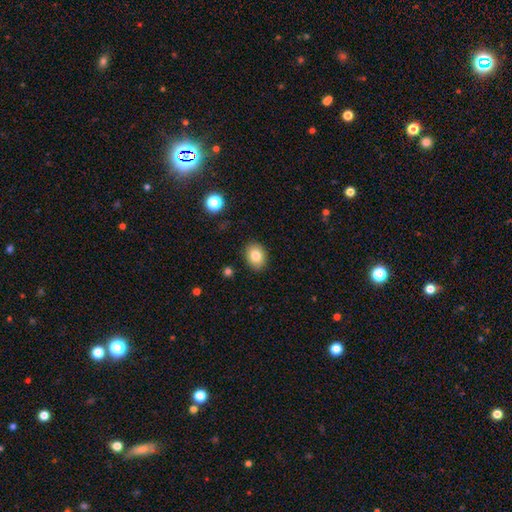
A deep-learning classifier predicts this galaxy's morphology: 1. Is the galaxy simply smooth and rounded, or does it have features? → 82% smooth, 9% featured or disk, 9% star or artifact.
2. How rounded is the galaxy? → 65% in between, 34% round, 1% cigar-shaped.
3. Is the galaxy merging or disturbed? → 88% none, 9% minor disturbance, 2% major disturbance, 1% merger.